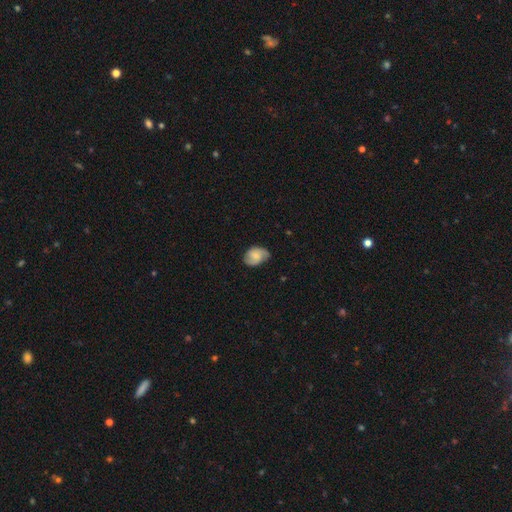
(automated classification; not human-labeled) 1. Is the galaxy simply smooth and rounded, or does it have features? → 49% featured or disk, 44% smooth, 7% star or artifact.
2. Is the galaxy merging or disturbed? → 63% none, 29% minor disturbance, 7% major disturbance, 1% merger.